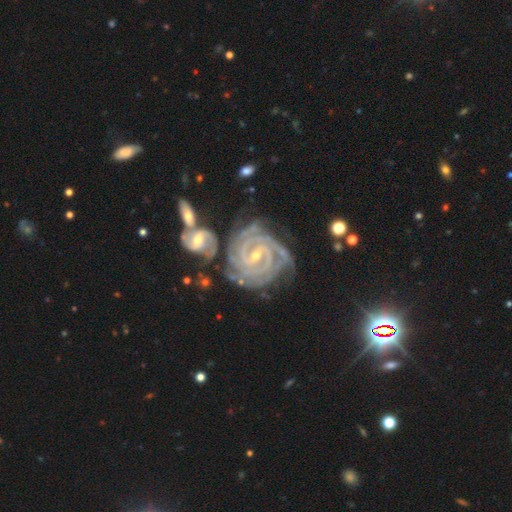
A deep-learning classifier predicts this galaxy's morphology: smooth-or-featured: featured or disk: 93% | star or artifact: 4% | smooth: 3%
  disk-edge-on: no: 98% | yes: 2%
    bar: weak: 47% | strong: 31% | no: 23%
    has-spiral-arms: yes: 99% | no: 1%
      spiral-winding: tight: 85% | medium: 13% | loose: 2%
      spiral-arm-count: 3: 33% | 2: 21% | 4: 21% | can't tell: 12% | more than 4: 7% | 1: 6%
    bulge-size: small: 62% | moderate: 36% | large: 1% | none: 1% | dominant: 1%
  merging: none: 53% | merger: 21% | minor disturbance: 19% | major disturbance: 7%